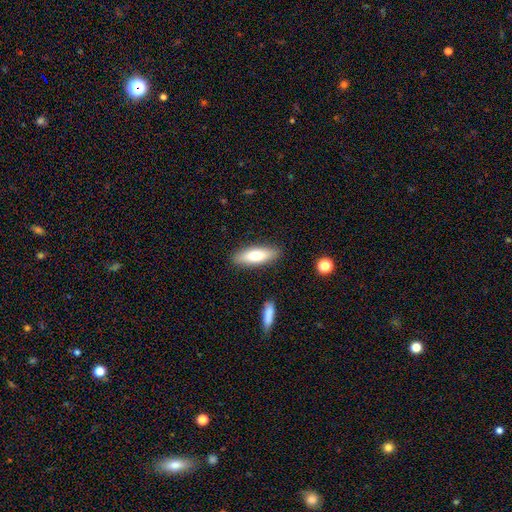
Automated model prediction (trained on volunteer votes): smooth_or_featured: smooth (p=0.71) [alt: featured or disk p=0.23]
how_rounded: in between (p=0.53) [alt: cigar-shaped p=0.45]
merging: none (p=0.87) [alt: minor disturbance p=0.09]